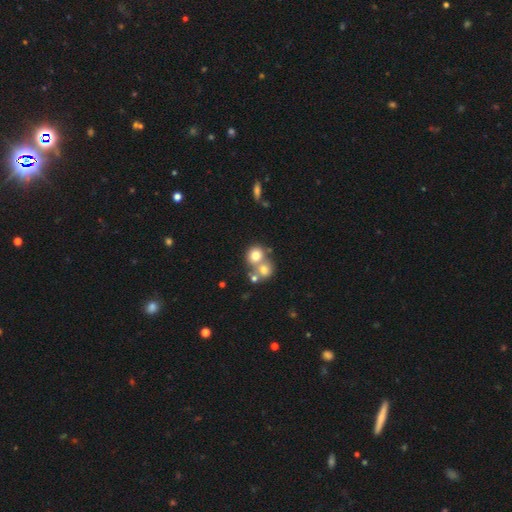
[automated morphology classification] Smooth or featured? smooth (74%)
How rounded? round (81%)
Merging? merger (51%)